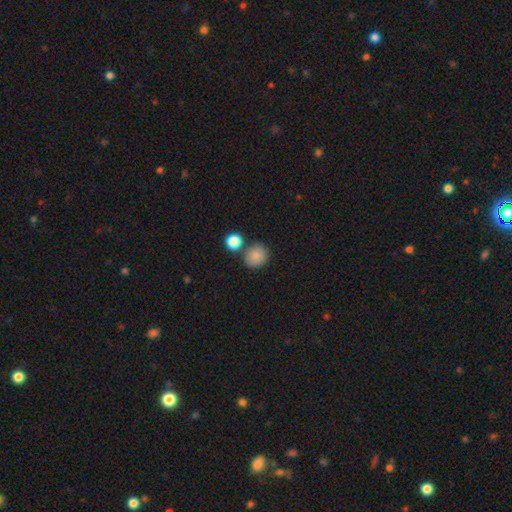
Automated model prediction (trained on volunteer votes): A smooth galaxy with no disk features (86%) that is round (84%).

Vote fractions:
- Smooth or featured? smooth: 86% / star or artifact: 10% / featured or disk: 5%
- How rounded? round: 84% / in between: 15% / cigar-shaped: 1%
- Merging? none: 74% / merger: 12% / minor disturbance: 11% / major disturbance: 3%